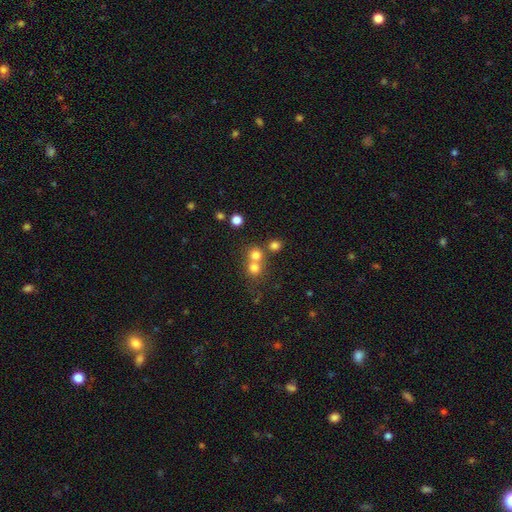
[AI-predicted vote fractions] Overall: smooth (73%). How rounded: round (87%). Merging: merger (47%; none 45%).